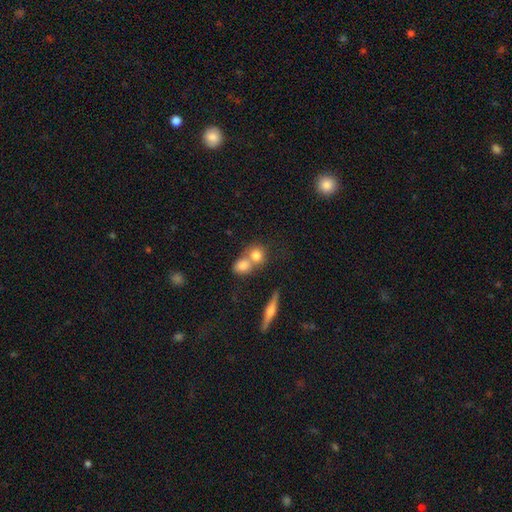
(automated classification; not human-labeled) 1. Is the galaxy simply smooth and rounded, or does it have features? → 76% smooth, 15% featured or disk, 9% star or artifact.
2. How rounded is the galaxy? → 75% round, 22% in between, 3% cigar-shaped.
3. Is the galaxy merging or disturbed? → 51% merger, 38% none, 7% minor disturbance, 3% major disturbance.